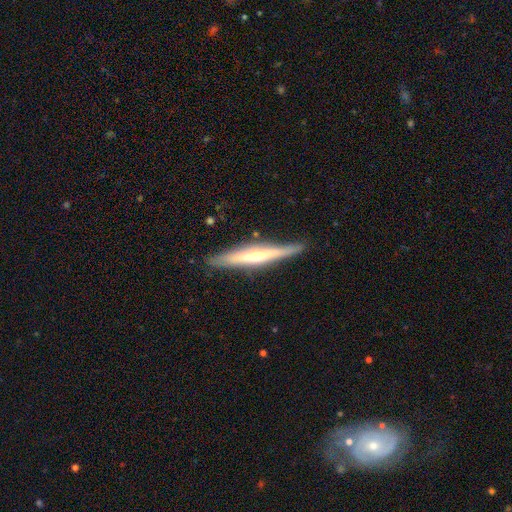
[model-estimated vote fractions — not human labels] Overall: featured or disk (65%; smooth 29%). Edge-on disk: yes (95%). Edge-on bulge: rounded (65%). Merging: none (86%).